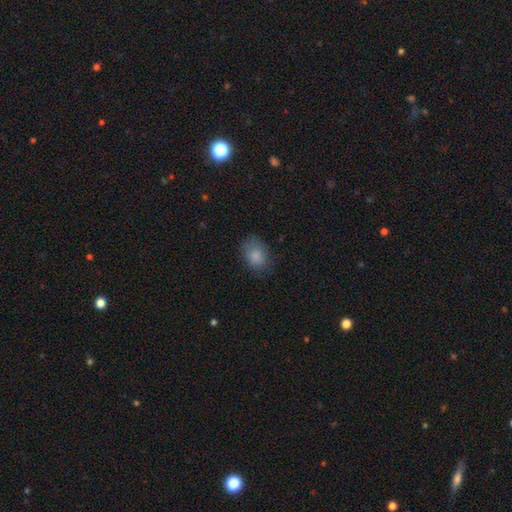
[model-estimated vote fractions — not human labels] Smooth or featured: smooth — 84% (star or artifact — 8%)
How rounded: in between — 67% (round — 32%)
Merging: none — 69% (minor disturbance — 22%)